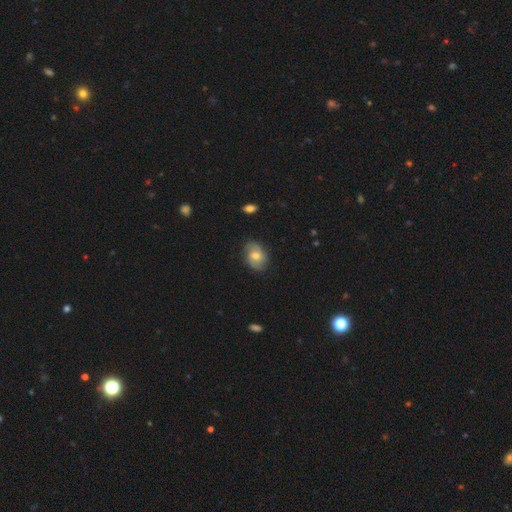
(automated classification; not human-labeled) Q: Smooth or featured?
A: featured or disk (51%); runner-up: smooth (40%)
Q: Edge-on disk?
A: no (96%); runner-up: yes (4%)
Q: Merging?
A: none (77%); runner-up: minor disturbance (17%)